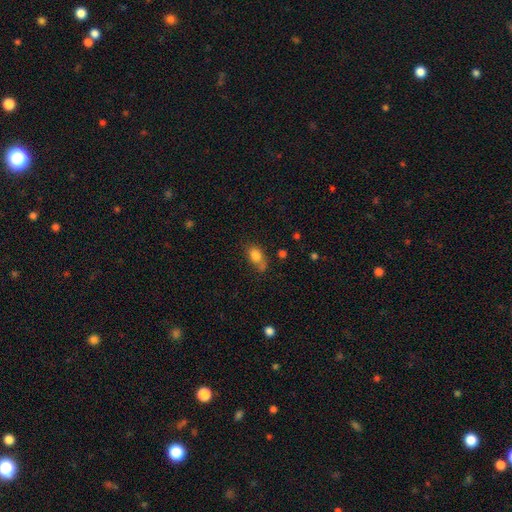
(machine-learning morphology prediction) smooth 82%, star or artifact 10%, featured or disk 9%. Down the decision tree: how rounded — in between (79%); merging — none (50%).